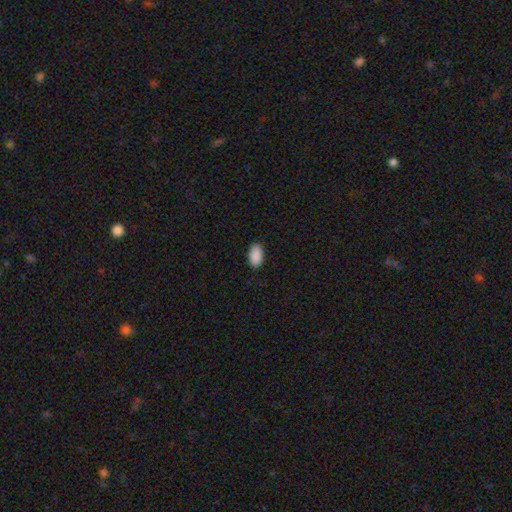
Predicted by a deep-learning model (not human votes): smooth 91%, star or artifact 7%, featured or disk 2%. Down the decision tree: how rounded — in between (95%); merging — none (89%).